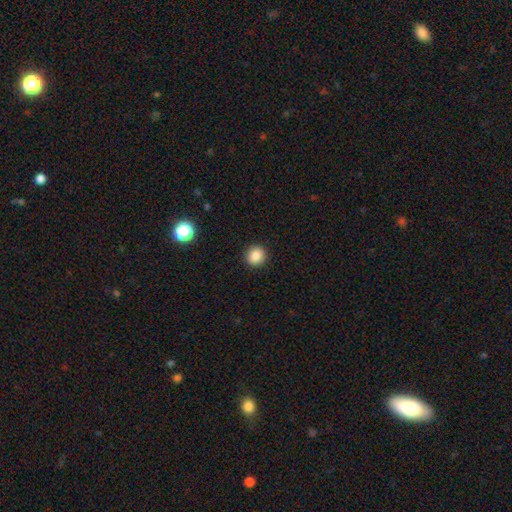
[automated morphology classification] This is clearly a smooth galaxy (86%). How rounded: clearly round (89%). Merging: clearly none (91%).